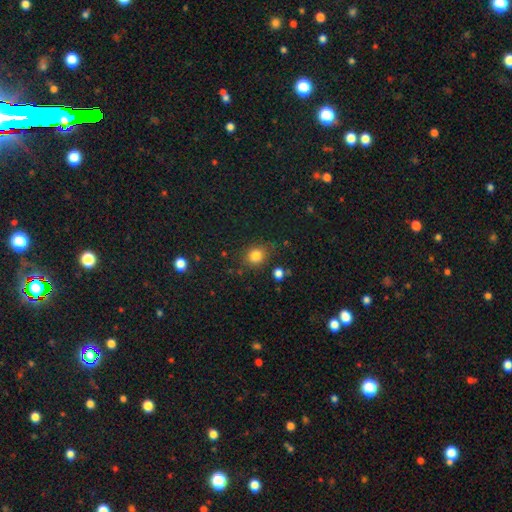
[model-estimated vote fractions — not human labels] The model was most divided on "how rounded": round: 73%, in between: 26%, cigar-shaped: 1%. More confident: smooth or featured — smooth (82%); merging — none (81%).